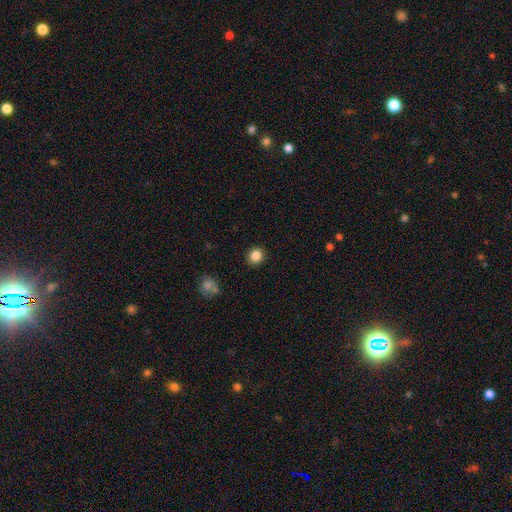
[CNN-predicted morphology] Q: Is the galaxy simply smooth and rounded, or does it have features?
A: smooth — 85%.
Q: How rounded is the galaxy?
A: round — 86%.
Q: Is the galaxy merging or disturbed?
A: none — 91%.